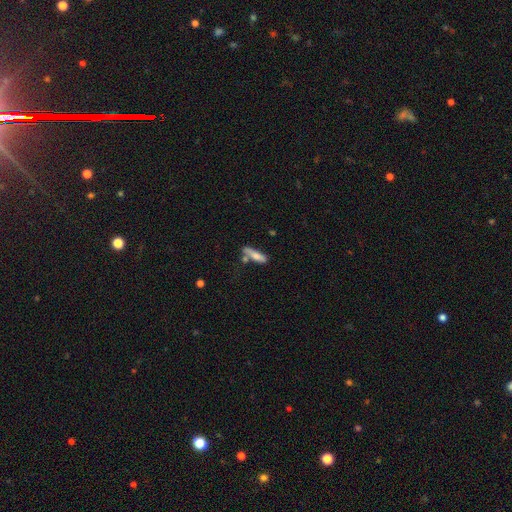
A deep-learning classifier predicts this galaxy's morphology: Q: Smooth or featured?
A: smooth (69%); runner-up: featured or disk (24%)
Q: How rounded?
A: cigar-shaped (66%); runner-up: in between (32%)
Q: Merging?
A: none (51%); runner-up: minor disturbance (21%)